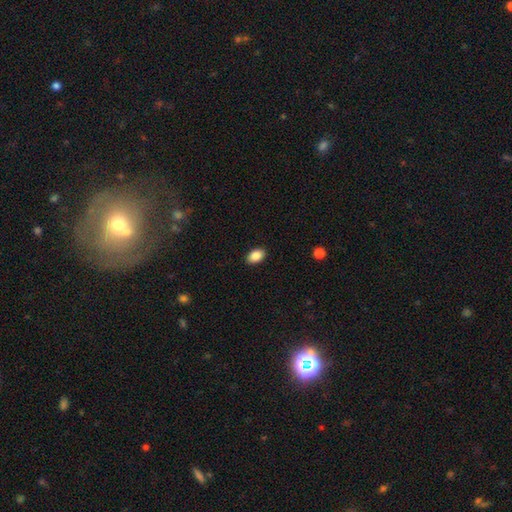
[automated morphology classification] smooth 88%, star or artifact 8%, featured or disk 5%. Down the decision tree: how rounded — in between (89%); merging — none (90%).